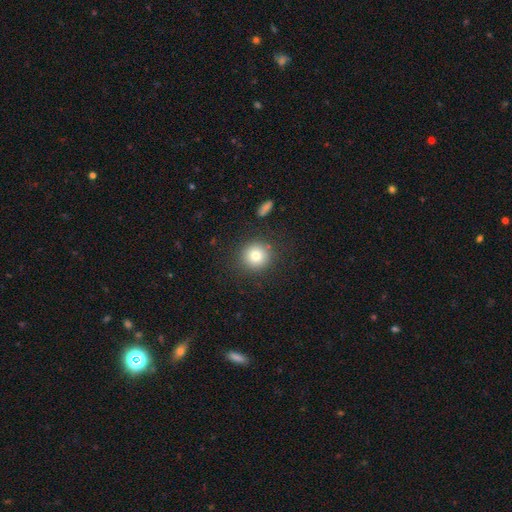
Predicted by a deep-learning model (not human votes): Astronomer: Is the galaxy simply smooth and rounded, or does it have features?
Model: smooth — 79%.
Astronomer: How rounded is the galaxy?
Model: round — 93%.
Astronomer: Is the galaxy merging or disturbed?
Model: none — 86%.